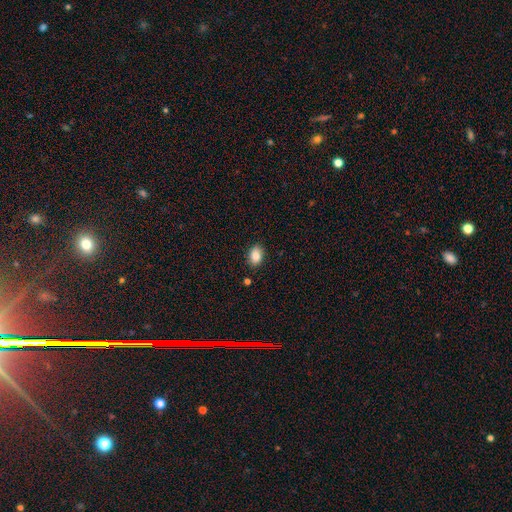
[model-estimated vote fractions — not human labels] smooth-or-featured: smooth: 84% | star or artifact: 8% | featured or disk: 8%
  how-rounded: in between: 81% | round: 18% | cigar-shaped: 1%
  merging: none: 87% | minor disturbance: 10% | major disturbance: 2% | merger: 2%